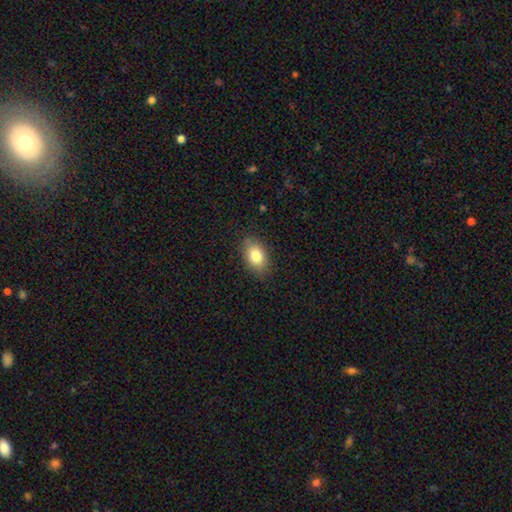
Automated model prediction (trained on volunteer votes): This is clearly a smooth galaxy (80%). How rounded: clearly in between (85%). Merging: clearly none (81%).